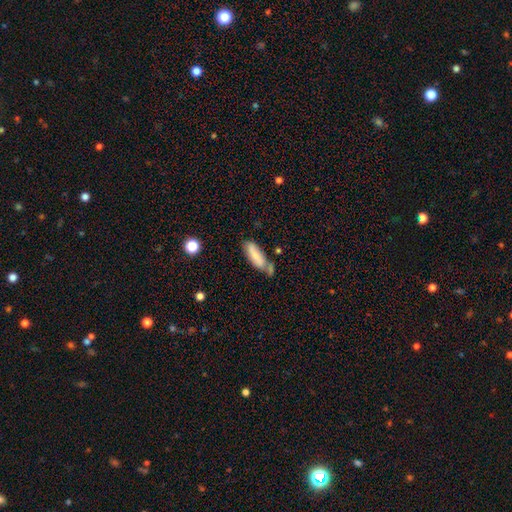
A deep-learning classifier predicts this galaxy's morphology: Smooth or featured? Predicted: smooth (p=0.75). How rounded? Predicted: in between (p=0.60). Merging? Predicted: none (p=0.44).